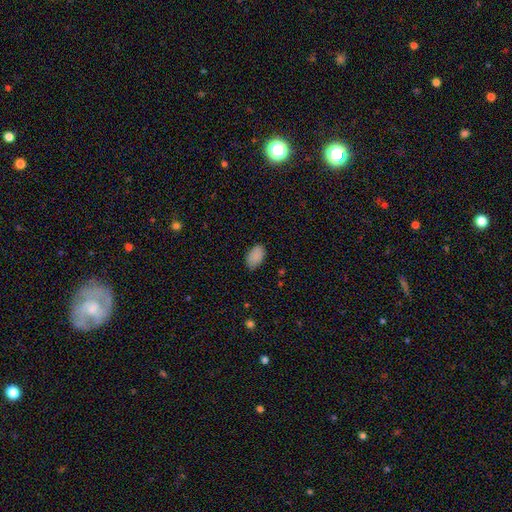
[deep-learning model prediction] This is clearly a smooth galaxy (88%). How rounded: clearly in between (92%). Merging: likely none (77%).